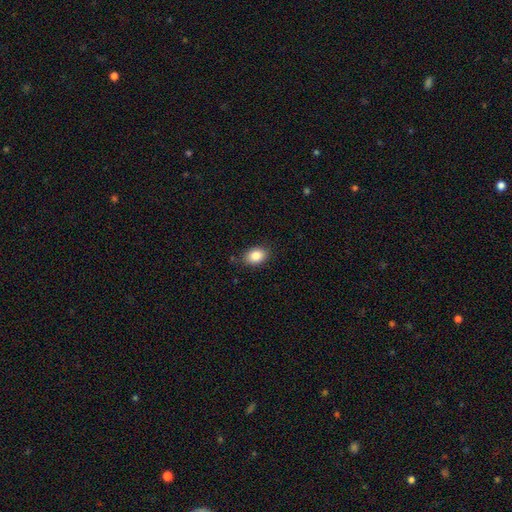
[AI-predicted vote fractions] Morphology: type=smooth (85%); roundness=in between (74%); merging=none (81%).